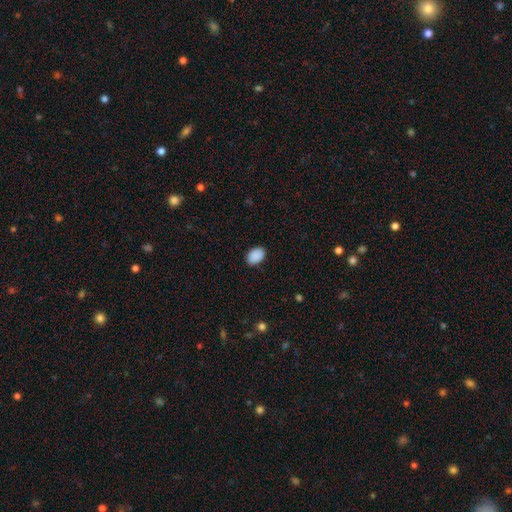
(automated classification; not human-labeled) Smooth or featured? smooth (90%)
How rounded? in between (85%)
Merging? none (87%)